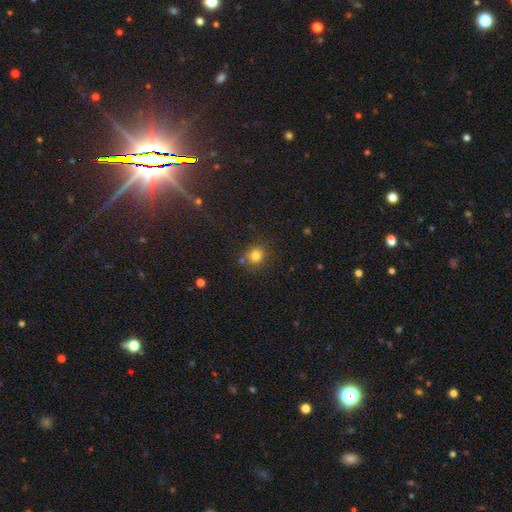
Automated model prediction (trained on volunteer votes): A smooth galaxy with no disk features (79%) that is round (88%).

Vote fractions:
- Smooth or featured? smooth: 79% / star or artifact: 14% / featured or disk: 7%
- How rounded? round: 88% / in between: 11% / cigar-shaped: 1%
- Merging? none: 77% / minor disturbance: 11% / merger: 8% / major disturbance: 4%